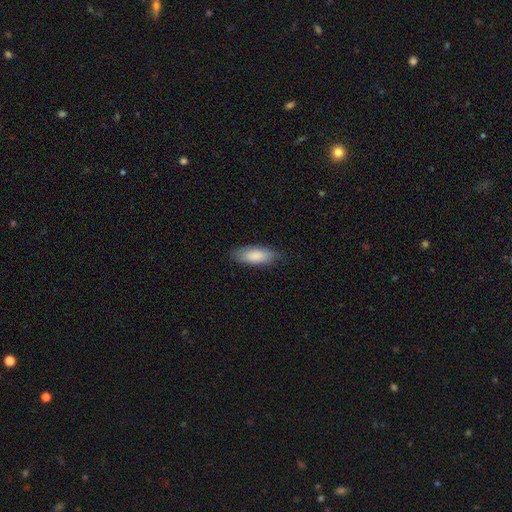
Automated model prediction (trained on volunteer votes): This is clearly a smooth galaxy (86%). How rounded: likely in between (75%). Merging: clearly none (81%).